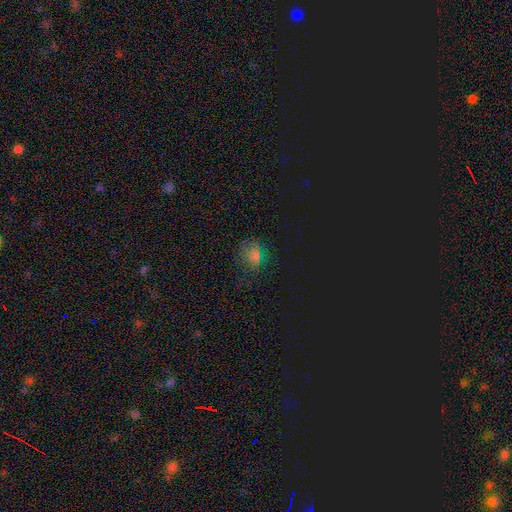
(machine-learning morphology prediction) Smooth or featured?
  - smooth: 58% *
  - star or artifact: 34%
  - featured or disk: 8%
How rounded?
  - round: 60% *
  - in between: 38%
  - cigar-shaped: 2%
Merging?
  - none: 72% *
  - minor disturbance: 18%
  - major disturbance: 8%
  - merger: 2%